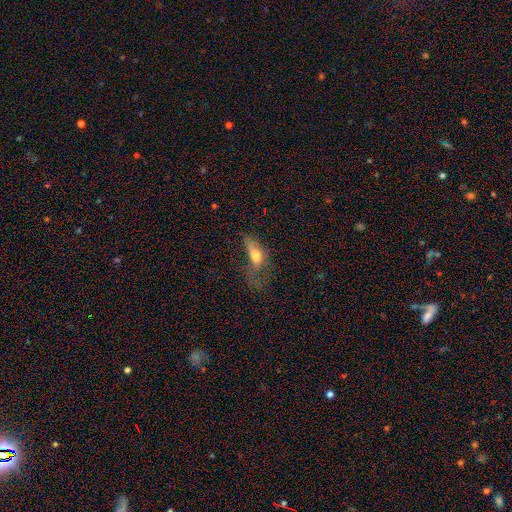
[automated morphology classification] smooth 61%, featured or disk 29%, star or artifact 11%. Down the decision tree: how rounded — in between (70%); merging — major disturbance (59%).